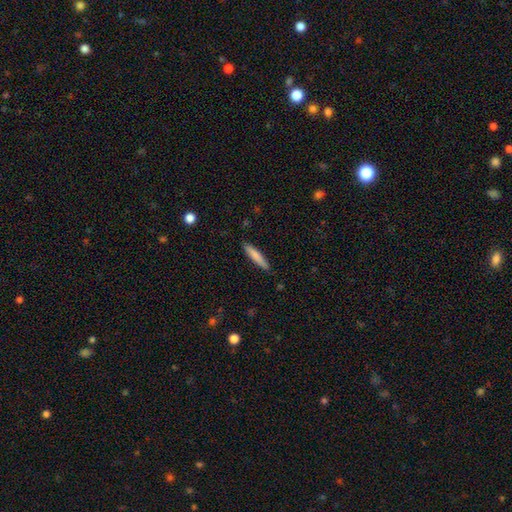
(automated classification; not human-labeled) smooth_or_featured: smooth (p=0.79) [alt: featured or disk p=0.16]
how_rounded: cigar-shaped (p=0.90) [alt: in between p=0.09]
merging: none (p=0.88) [alt: minor disturbance p=0.09]